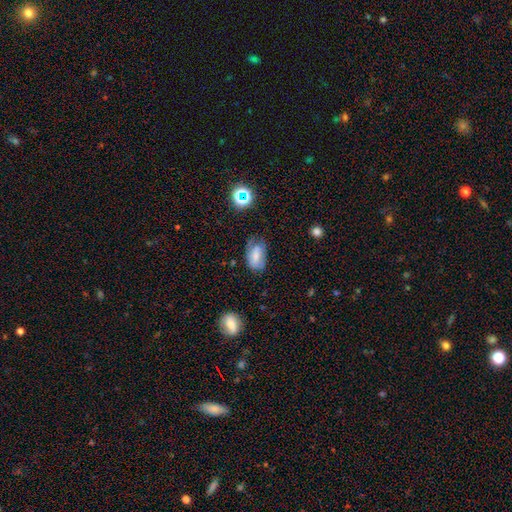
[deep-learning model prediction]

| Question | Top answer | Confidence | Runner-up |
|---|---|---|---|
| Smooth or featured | smooth | 64% | featured or disk (24%) |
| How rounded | in between | 90% | round (7%) |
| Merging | none | 53% | minor disturbance (32%) |